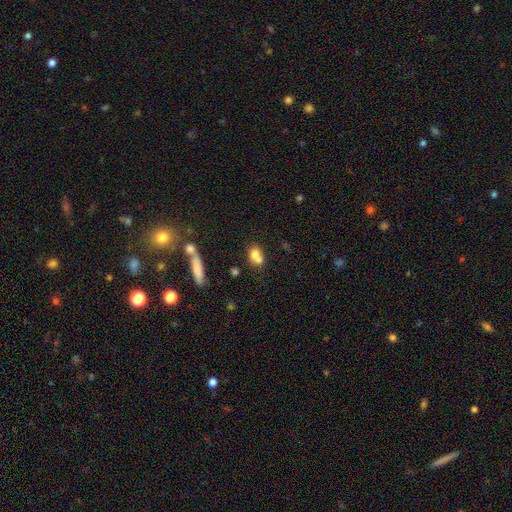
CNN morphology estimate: The model was most divided on "how rounded": in between: 49%, round: 48%, cigar-shaped: 3%. More confident: smooth or featured — smooth (71%); merging — merger (58%).